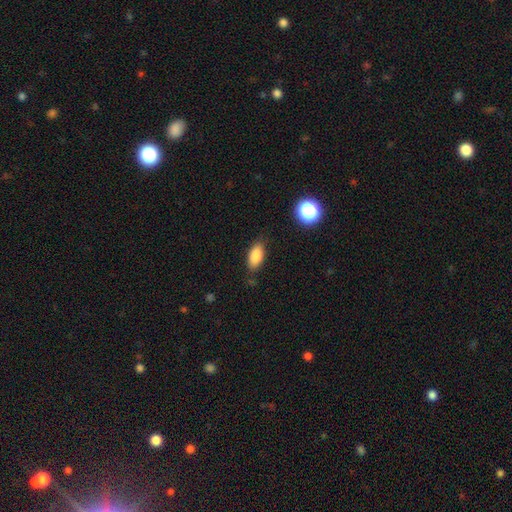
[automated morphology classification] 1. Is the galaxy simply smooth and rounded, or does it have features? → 85% smooth, 9% star or artifact, 6% featured or disk.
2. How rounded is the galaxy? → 89% in between, 7% cigar-shaped, 4% round.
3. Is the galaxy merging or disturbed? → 81% none, 14% minor disturbance, 3% major disturbance, 2% merger.